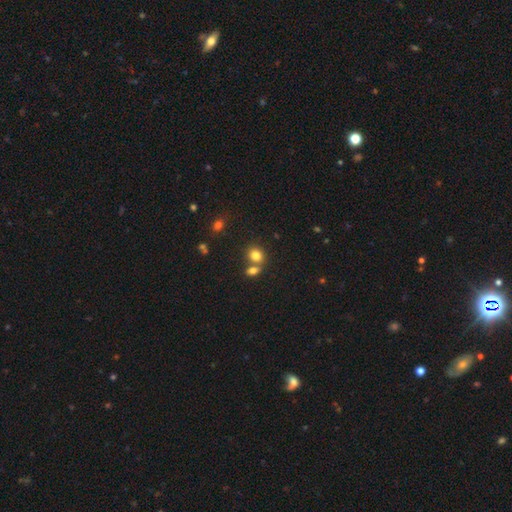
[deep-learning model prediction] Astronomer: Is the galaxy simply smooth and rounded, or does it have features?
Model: smooth — 80%.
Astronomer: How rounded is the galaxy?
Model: round — 60% (runner-up: in between, 39%).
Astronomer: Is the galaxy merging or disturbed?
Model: none — 49% (runner-up: merger, 39%).